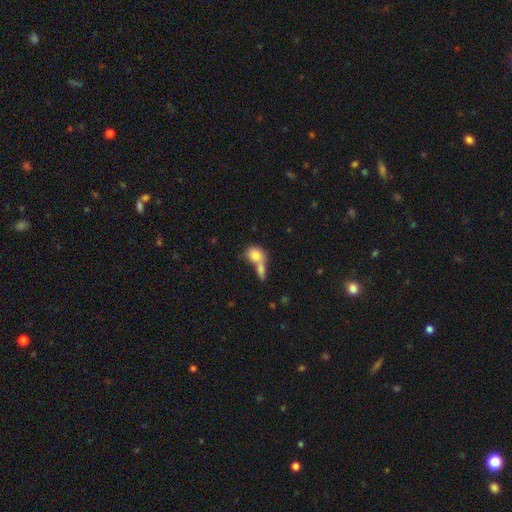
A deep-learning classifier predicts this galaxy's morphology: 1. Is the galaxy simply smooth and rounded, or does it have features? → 78% smooth, 14% featured or disk, 8% star or artifact.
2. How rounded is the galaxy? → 56% round, 41% in between, 3% cigar-shaped.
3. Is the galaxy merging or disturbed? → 63% merger, 25% none, 8% minor disturbance, 5% major disturbance.